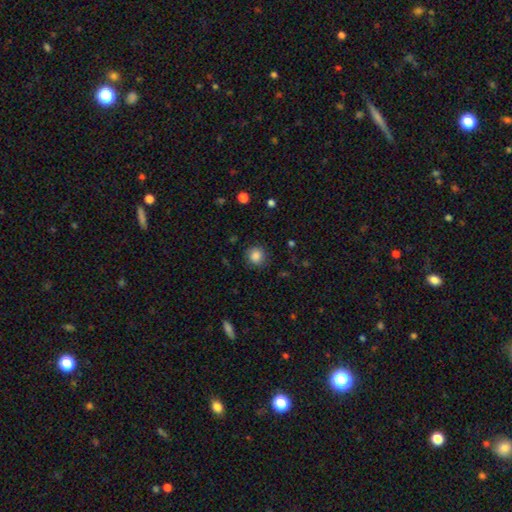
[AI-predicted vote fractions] Q: Smooth or featured?
A: smooth (84%); runner-up: star or artifact (10%)
Q: How rounded?
A: round (87%); runner-up: in between (12%)
Q: Merging?
A: none (85%); runner-up: minor disturbance (11%)